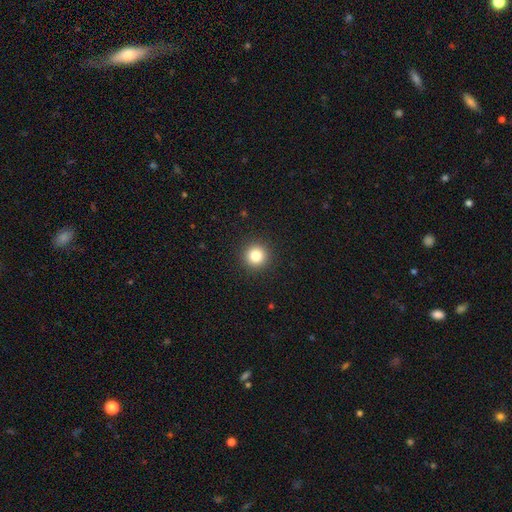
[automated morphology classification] Smooth or featured?
  - smooth: 83% *
  - star or artifact: 11%
  - featured or disk: 6%
How rounded?
  - round: 95% *
  - in between: 4%
  - cigar-shaped: 1%
Merging?
  - none: 93% *
  - minor disturbance: 5%
  - major disturbance: 2%
  - merger: 1%